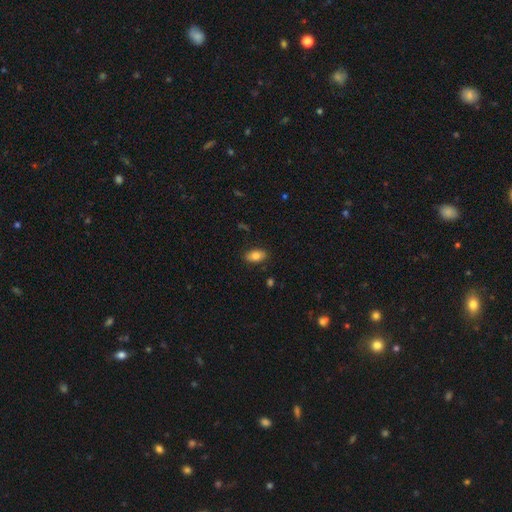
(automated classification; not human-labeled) The model was most divided on "smooth or featured": smooth: 79%, featured or disk: 13%, star or artifact: 8%. More confident: how rounded — in between (91%); merging — none (86%).